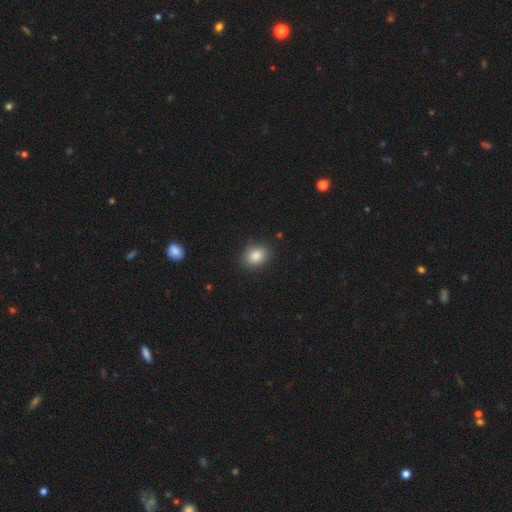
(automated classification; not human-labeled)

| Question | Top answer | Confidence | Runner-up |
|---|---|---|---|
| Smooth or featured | smooth | 86% | star or artifact (9%) |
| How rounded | in between | 61% | round (38%) |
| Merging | none | 87% | minor disturbance (10%) |